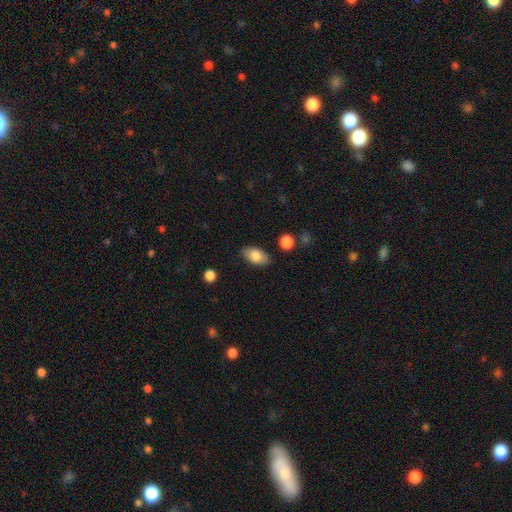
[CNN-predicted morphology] smooth 81%, featured or disk 12%, star or artifact 7%. Down the decision tree: how rounded — in between (92%); merging — none (84%).